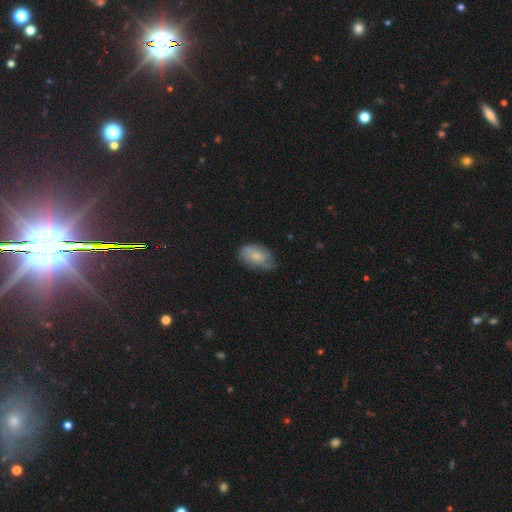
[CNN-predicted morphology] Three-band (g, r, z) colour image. It shows a smooth galaxy with no disk features (63%) that is in between round and cigar-shaped (90%). Merging: none (58%).